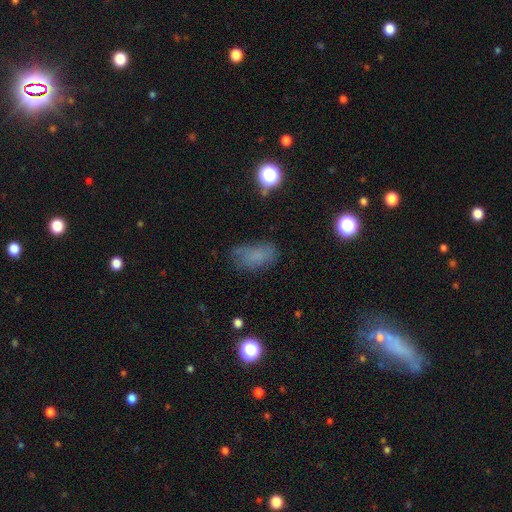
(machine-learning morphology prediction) smooth 67%, star or artifact 17%, featured or disk 17%. Down the decision tree: how rounded — in between (87%); merging — none (62%).